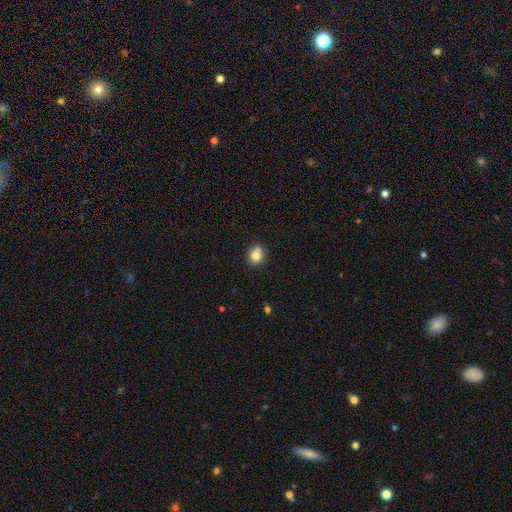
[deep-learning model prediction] smooth_or_featured: smooth (p=0.78) [alt: featured or disk p=0.11]
how_rounded: round (p=0.77) [alt: in between p=0.22]
merging: none (p=0.63) [alt: merger p=0.17]